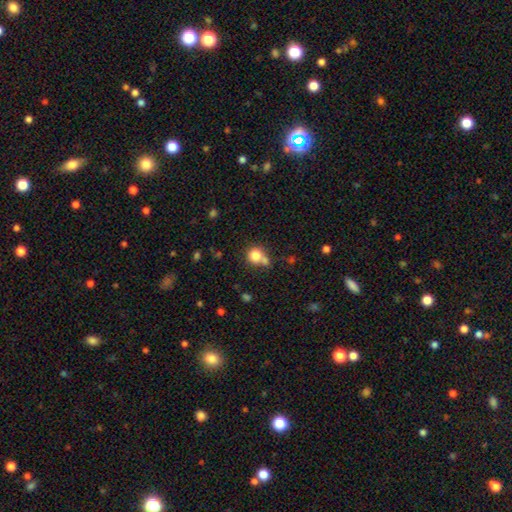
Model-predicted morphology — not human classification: smooth 81%, star or artifact 11%, featured or disk 8%. Down the decision tree: how rounded — round (87%); merging — none (54%).